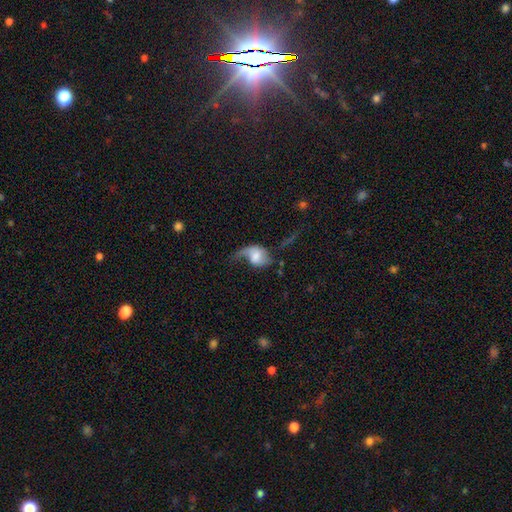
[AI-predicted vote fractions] smooth-or-featured: featured or disk: 52% | smooth: 40% | star or artifact: 8%
  disk-edge-on: no: 96% | yes: 4%
  merging: major disturbance: 43% | none: 27% | minor disturbance: 23% | merger: 7%